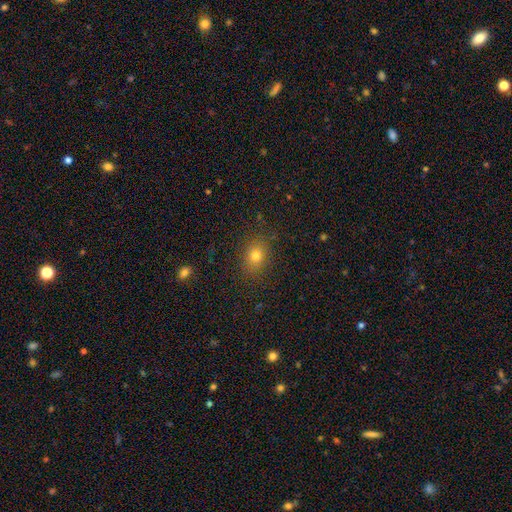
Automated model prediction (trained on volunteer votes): Smooth or featured? Predicted: smooth (p=0.76). How rounded? Predicted: in between (p=0.54). Merging? Predicted: none (p=0.85).